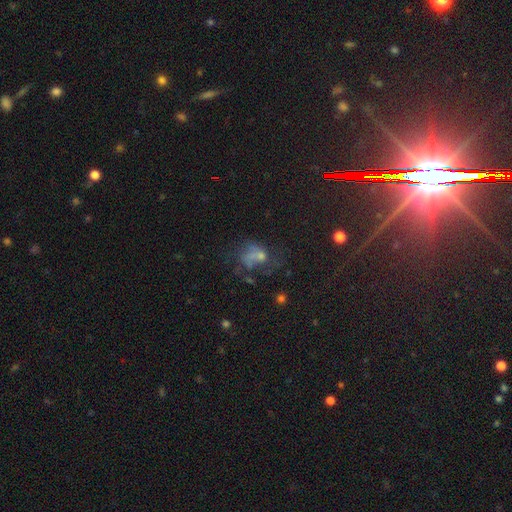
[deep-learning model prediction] A smooth galaxy with no disk features (40%).

Vote fractions:
- Smooth or featured? smooth: 40% / featured or disk: 35% / star or artifact: 25%
- Merging? major disturbance: 39% / none: 30% / minor disturbance: 18% / merger: 12%